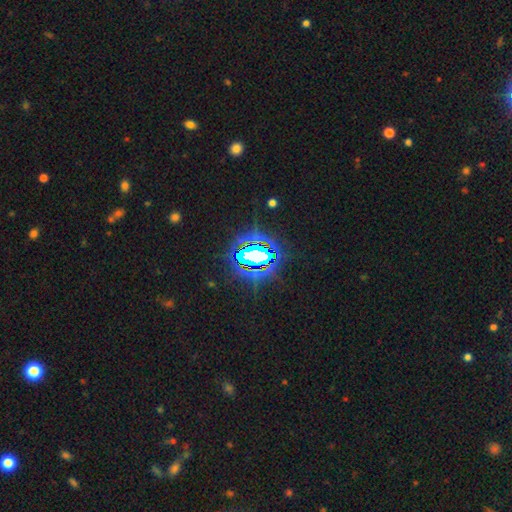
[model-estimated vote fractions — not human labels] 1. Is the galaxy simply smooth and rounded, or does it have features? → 75% star or artifact, 13% featured or disk, 13% smooth.